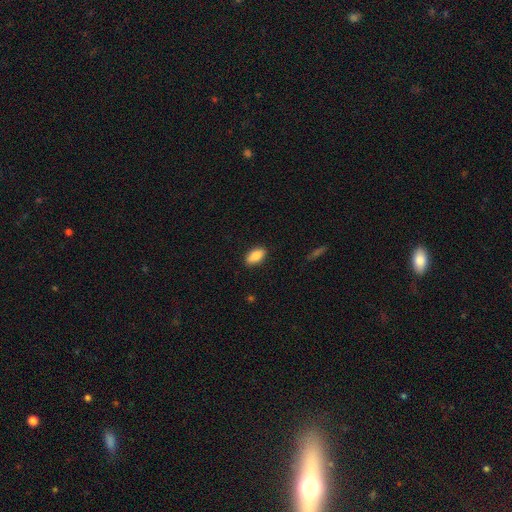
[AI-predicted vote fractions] Smooth or featured: smooth — 87% (star or artifact — 7%)
How rounded: in between — 92% (cigar-shaped — 5%)
Merging: none — 88% (minor disturbance — 9%)